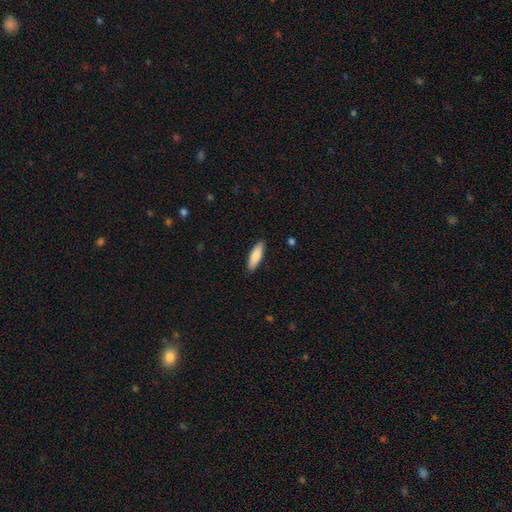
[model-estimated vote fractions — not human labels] This appears to be a smooth galaxy with no disk features (83%) that is in between round and cigar-shaped (50%). Merging: none (89%).